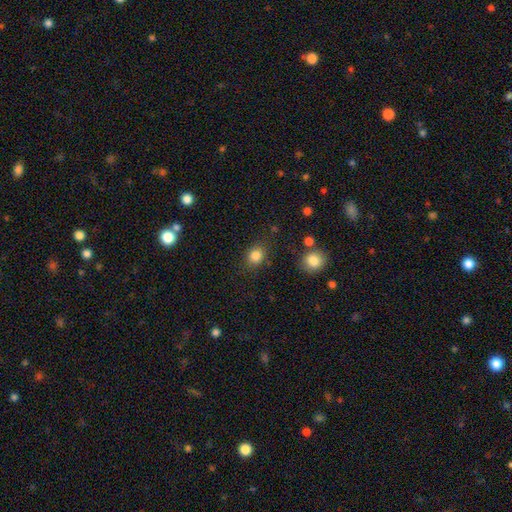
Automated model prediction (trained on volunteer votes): Smooth or featured: smooth — 84% (star or artifact — 11%)
How rounded: round — 63% (in between — 36%)
Merging: none — 80% (minor disturbance — 12%)